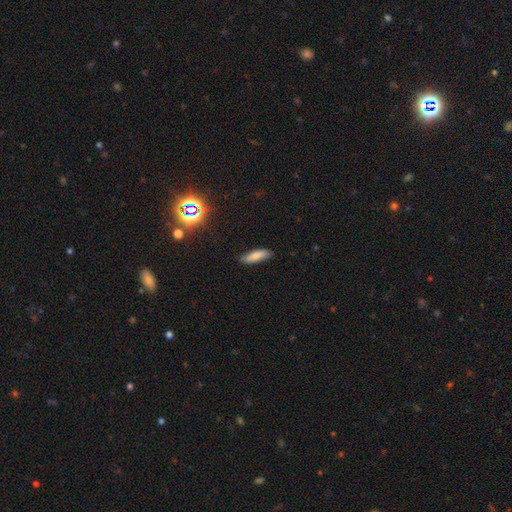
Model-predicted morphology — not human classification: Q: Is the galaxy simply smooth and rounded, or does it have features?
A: smooth — 78%.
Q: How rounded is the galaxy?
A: cigar-shaped — 53%.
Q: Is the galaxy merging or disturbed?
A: none — 84%.